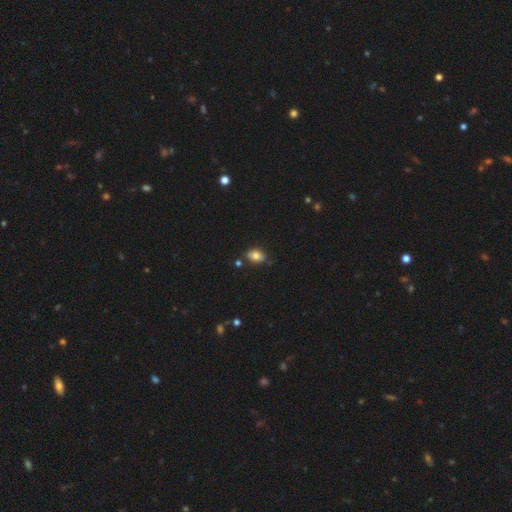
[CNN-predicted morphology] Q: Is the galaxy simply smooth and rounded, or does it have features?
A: smooth — 81%.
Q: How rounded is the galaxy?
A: in between — 83%.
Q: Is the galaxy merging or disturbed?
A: none — 74%.